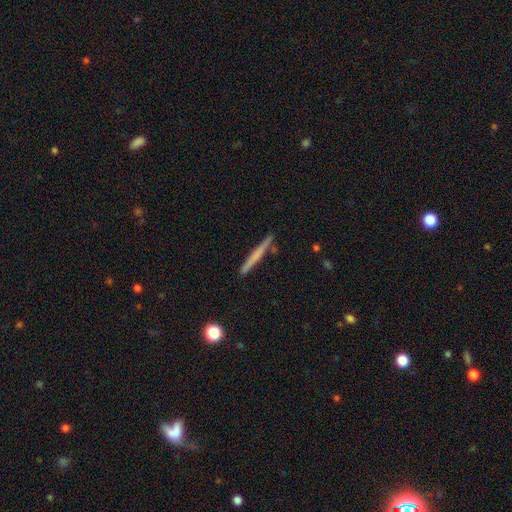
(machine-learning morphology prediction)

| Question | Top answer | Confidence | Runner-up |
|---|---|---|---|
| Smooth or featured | smooth | 52% | featured or disk (42%) |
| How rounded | cigar-shaped | 96% | in between (2%) |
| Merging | none | 89% | minor disturbance (8%) |